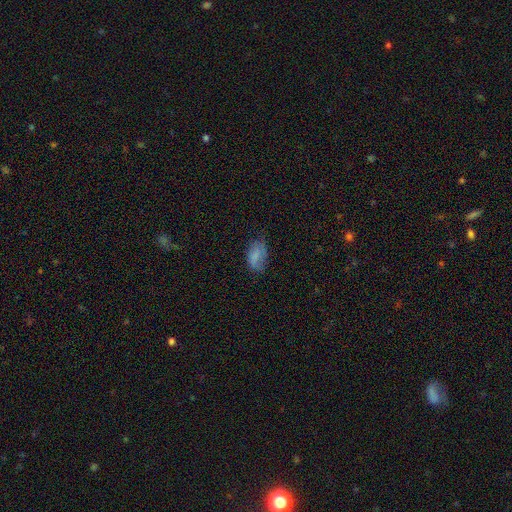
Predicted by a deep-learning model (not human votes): smooth 75%, featured or disk 15%, star or artifact 10%. Down the decision tree: how rounded — in between (91%); merging — none (54%).